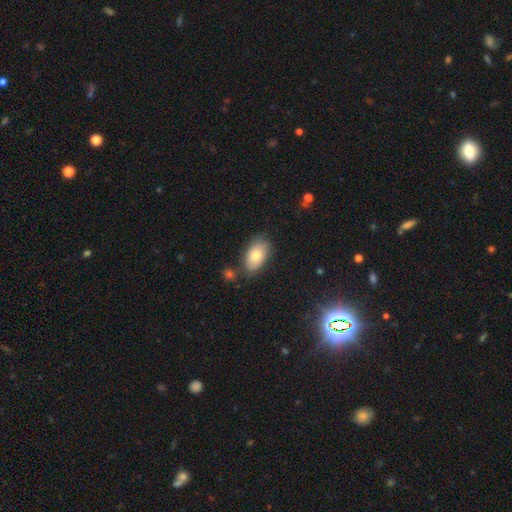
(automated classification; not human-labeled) Smooth or featured? smooth (77%)
How rounded? in between (93%)
Merging? none (75%)